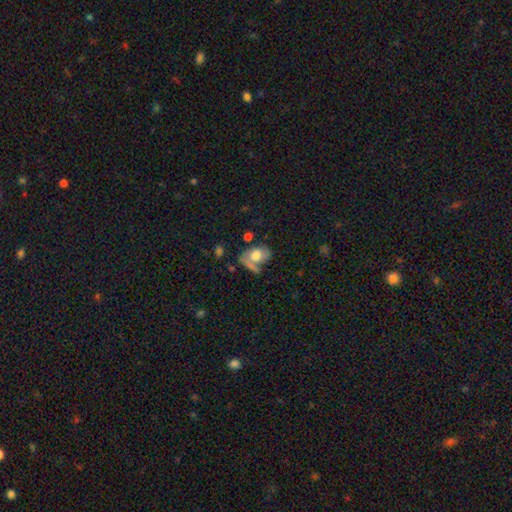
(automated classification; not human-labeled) Smooth or featured? Predicted: smooth (p=0.64). How rounded? Predicted: in between (p=0.82). Merging? Predicted: none (p=0.39).